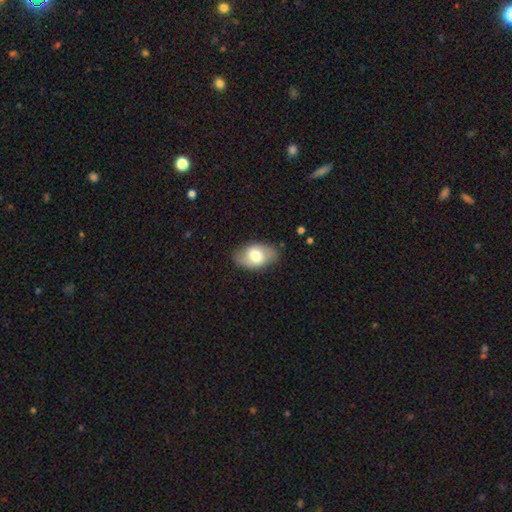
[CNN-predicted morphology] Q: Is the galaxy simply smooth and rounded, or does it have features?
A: smooth — 69%.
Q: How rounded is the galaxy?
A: in between — 89%.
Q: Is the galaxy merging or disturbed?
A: none — 82%.